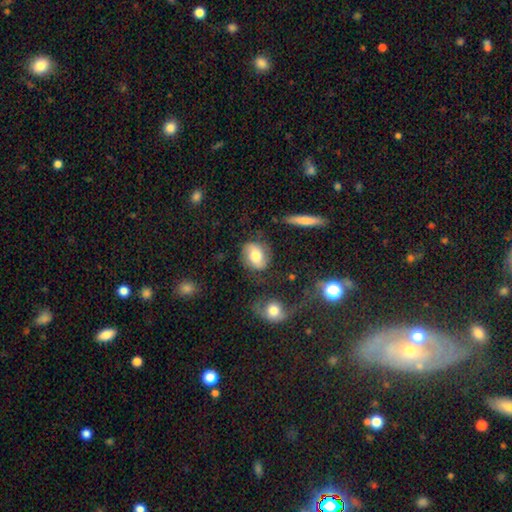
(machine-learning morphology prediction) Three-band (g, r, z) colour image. It shows a smooth galaxy with no disk features (56%) that is in between round and cigar-shaped (51%). Merging: none (71%).